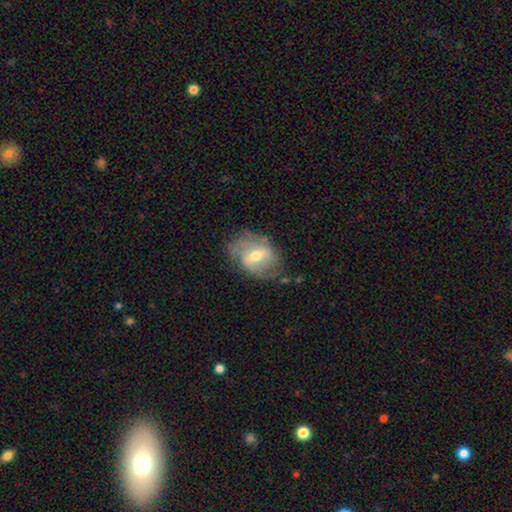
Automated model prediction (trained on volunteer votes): Smooth or featured: featured or disk — 73% (smooth — 20%)
Edge-on disk: no — 95% (yes — 5%)
Bar: weak — 52% (strong — 28%)
Spiral arms: yes — 79% (no — 21%)
Spiral winding: medium — 41% (loose — 30%)
Spiral arm count: 2 — 53% (can't tell — 27%)
Bulge size: moderate — 64% (small — 30%)
Merging: none — 61% (minor disturbance — 25%)